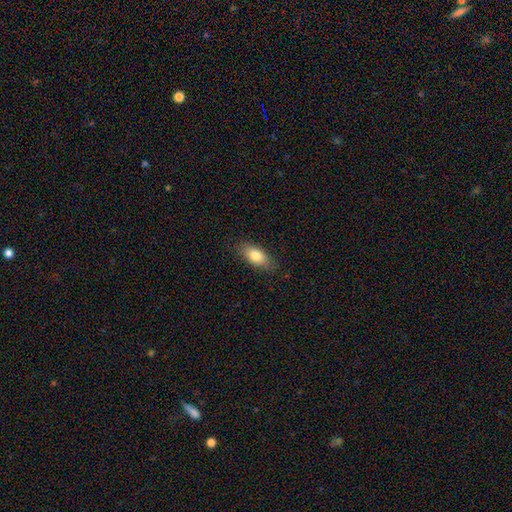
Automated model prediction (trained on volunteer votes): Overall: smooth (80%). How rounded: in between (88%). Merging: none (84%).